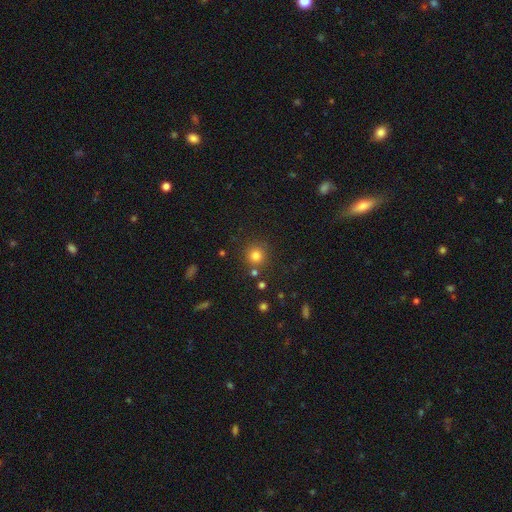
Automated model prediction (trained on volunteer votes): Morphology: type=smooth (80%); roundness=round (93%); merging=none (82%).